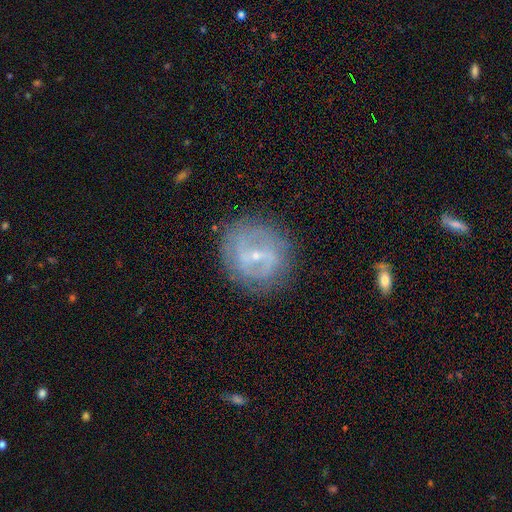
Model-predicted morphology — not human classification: A featured or disk galaxy (76%) with a weak bar (45%), 2 (59%) tight (41%) spiral arms (72%) and a small central bulge (75%). Merging: none (78%).